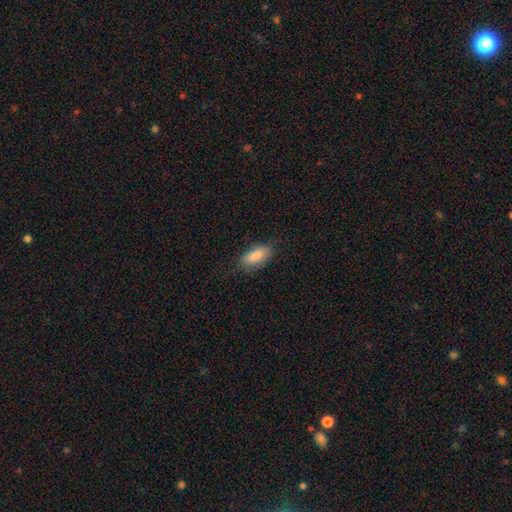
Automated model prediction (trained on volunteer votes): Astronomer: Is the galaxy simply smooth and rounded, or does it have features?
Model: smooth — 84%.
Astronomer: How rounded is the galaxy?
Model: in between — 85%.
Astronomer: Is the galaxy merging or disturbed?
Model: none — 75%.